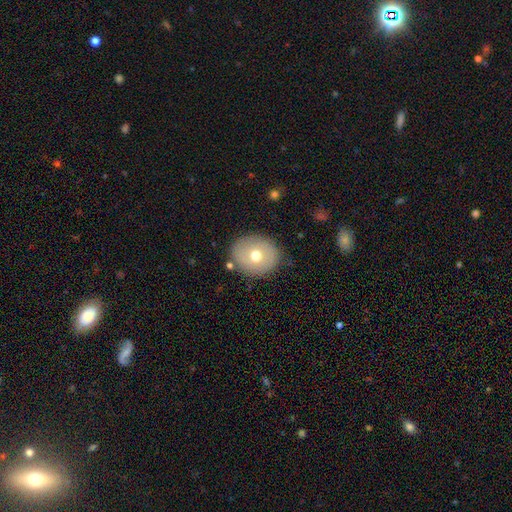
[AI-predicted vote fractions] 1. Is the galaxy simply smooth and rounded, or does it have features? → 67% smooth, 23% featured or disk, 10% star or artifact.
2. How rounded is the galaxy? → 72% round, 27% in between, 1% cigar-shaped.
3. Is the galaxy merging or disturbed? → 83% none, 11% minor disturbance, 4% major disturbance, 3% merger.